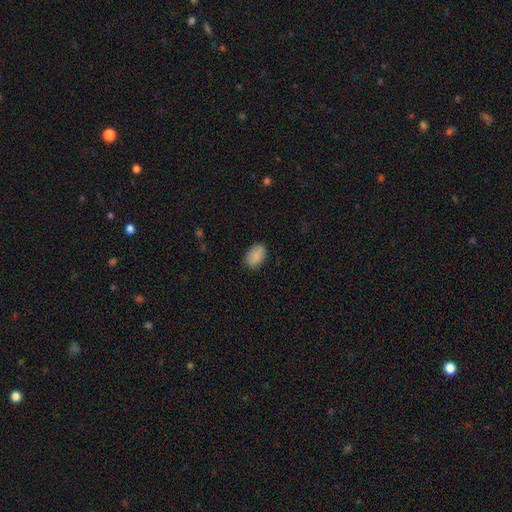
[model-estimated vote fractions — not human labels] Smooth or featured: smooth — 88% (star or artifact — 7%)
How rounded: in between — 86% (round — 13%)
Merging: none — 83% (minor disturbance — 13%)